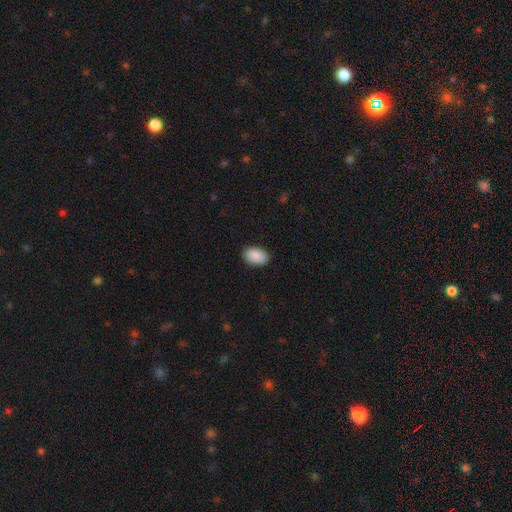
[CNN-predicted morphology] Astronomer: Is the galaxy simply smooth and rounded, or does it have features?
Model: smooth — 89%.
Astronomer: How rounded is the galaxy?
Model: in between — 90%.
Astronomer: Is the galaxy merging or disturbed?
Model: none — 88%.